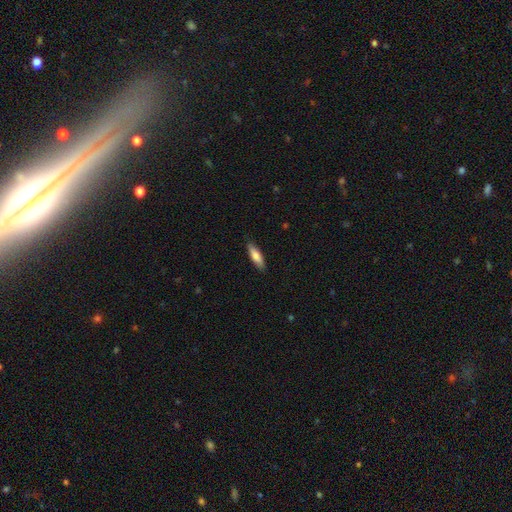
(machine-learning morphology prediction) smooth_or_featured: smooth (p=0.73) [alt: featured or disk p=0.21]
how_rounded: cigar-shaped (p=0.59) [alt: in between p=0.39]
merging: none (p=0.88) [alt: minor disturbance p=0.09]